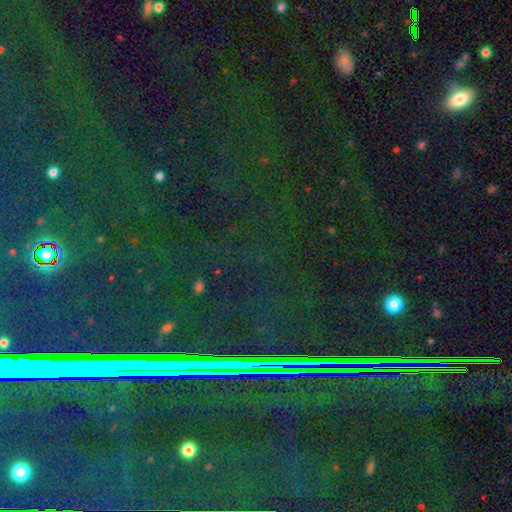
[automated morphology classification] smooth_or_featured: star or artifact (p=0.85) [alt: smooth p=0.07]